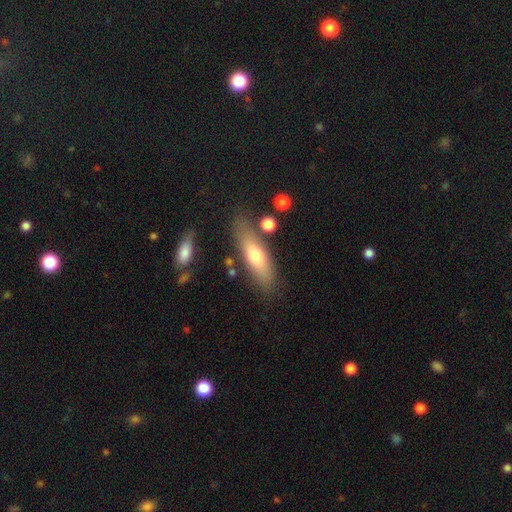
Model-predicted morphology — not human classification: smooth_or_featured: smooth (p=0.62) [alt: featured or disk p=0.31]
how_rounded: cigar-shaped (p=0.51) [alt: in between p=0.47]
merging: none (p=0.76) [alt: minor disturbance p=0.14]